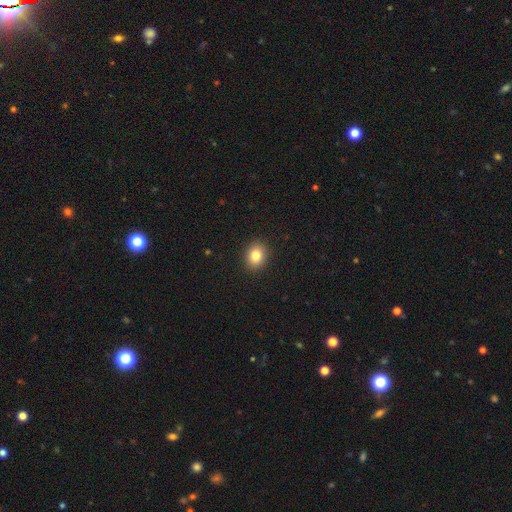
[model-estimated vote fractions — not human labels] Morphology: type=smooth (83%); roundness=round (53%); merging=none (91%).